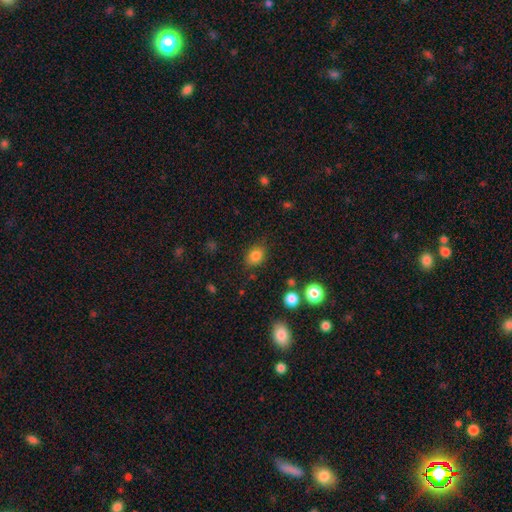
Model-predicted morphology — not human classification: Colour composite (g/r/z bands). It shows a smooth galaxy with no disk features (82%) that is in between round and cigar-shaped (59%). Merging: none (81%).